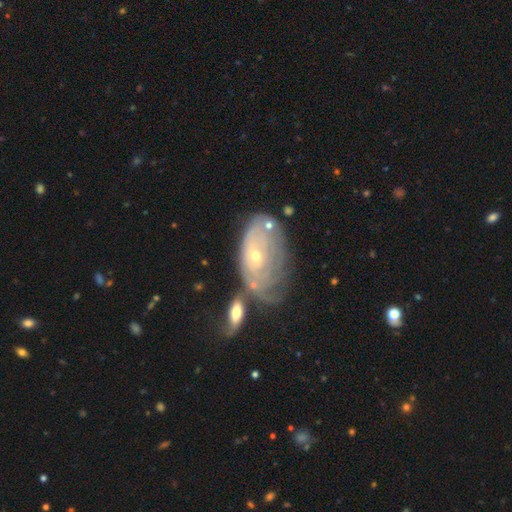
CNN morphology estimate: Smooth or featured?
  - featured or disk: 69% *
  - smooth: 23%
  - star or artifact: 8%
Edge-on disk?
  - no: 92% *
  - yes: 8%
Bar?
  - no: 80% *
  - weak: 16%
  - strong: 3%
Spiral arms?
  - yes: 69% *
  - no: 31%
Bulge size?
  - small: 72% *
  - moderate: 24%
  - none: 1%
  - large: 1%
  - dominant: 1%
Merging?
  - none: 35% *
  - minor disturbance: 24%
  - merger: 23%
  - major disturbance: 17%